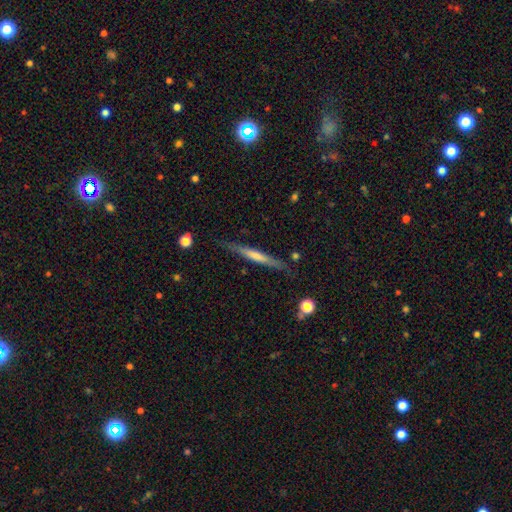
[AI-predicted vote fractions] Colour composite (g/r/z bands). It shows a featured or disk galaxy (70%) viewed edge-on (97%) with a rounded central bulge (63%). Merging: none (88%).